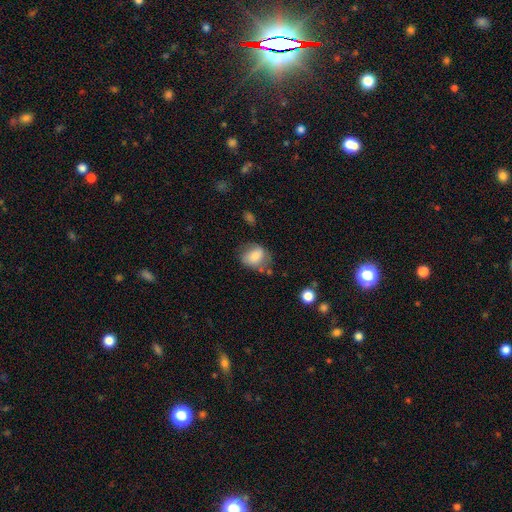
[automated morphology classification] The model was most divided on "how rounded": in between: 52%, round: 47%, cigar-shaped: 1%. More confident: smooth or featured — smooth (71%); merging — none (53%).